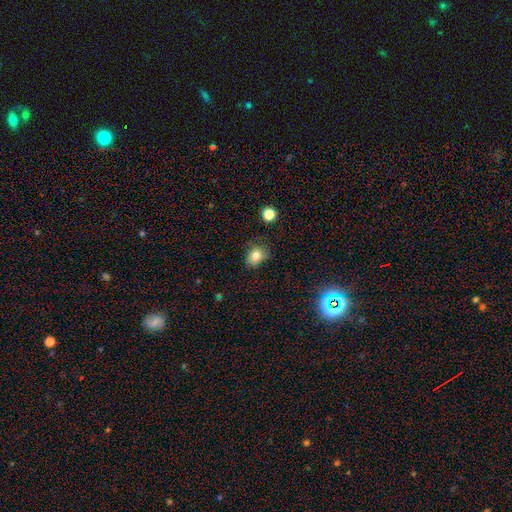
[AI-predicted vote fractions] Smooth or featured: smooth — 79% (star or artifact — 12%)
How rounded: in between — 55% (round — 44%)
Merging: none — 70% (minor disturbance — 23%)